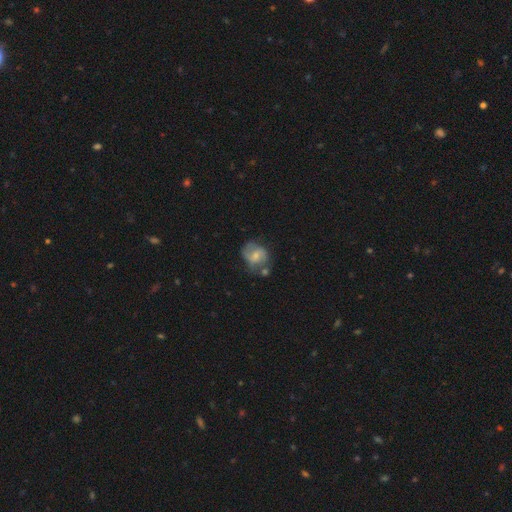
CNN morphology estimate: This appears to be a featured or disk galaxy (60%) with a weak bar (49%), spiral arms (84%) and a small central bulge (46%). Merging: none (53%).